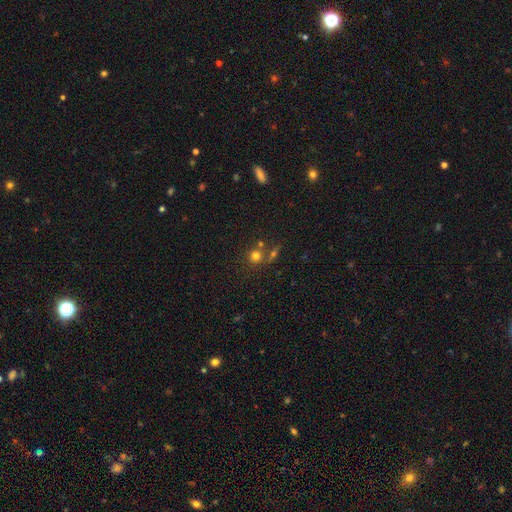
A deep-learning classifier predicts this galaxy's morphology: type=smooth (71%); roundness=round (89%); merging=none (56%).